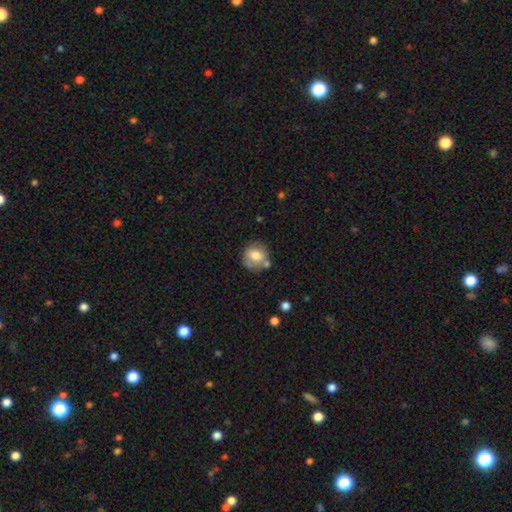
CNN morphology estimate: smooth-or-featured: smooth: 73% | featured or disk: 18% | star or artifact: 9%
  how-rounded: round: 80% | in between: 19% | cigar-shaped: 1%
  merging: none: 62% | minor disturbance: 19% | merger: 13% | major disturbance: 6%